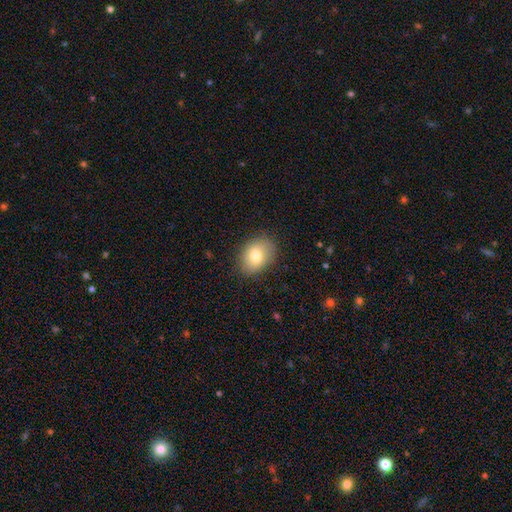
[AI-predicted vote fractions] smooth_or_featured: smooth (p=0.78) [alt: featured or disk p=0.14]
how_rounded: in between (p=0.72) [alt: round p=0.27]
merging: none (p=0.83) [alt: minor disturbance p=0.13]